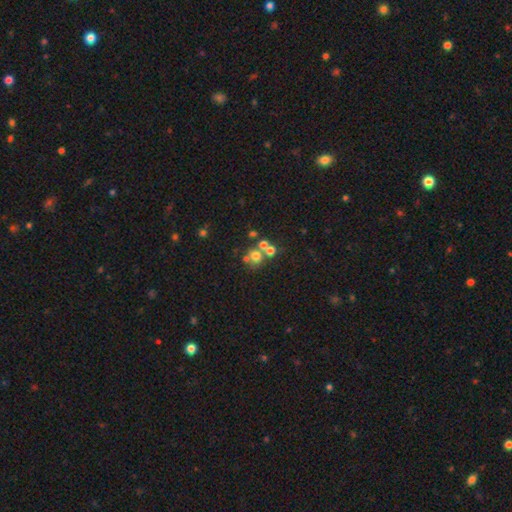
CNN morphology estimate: smooth-or-featured: smooth: 63% | star or artifact: 19% | featured or disk: 18%
  how-rounded: round: 84% | in between: 15% | cigar-shaped: 1%
  merging: none: 47% | merger: 41% | minor disturbance: 7% | major disturbance: 5%